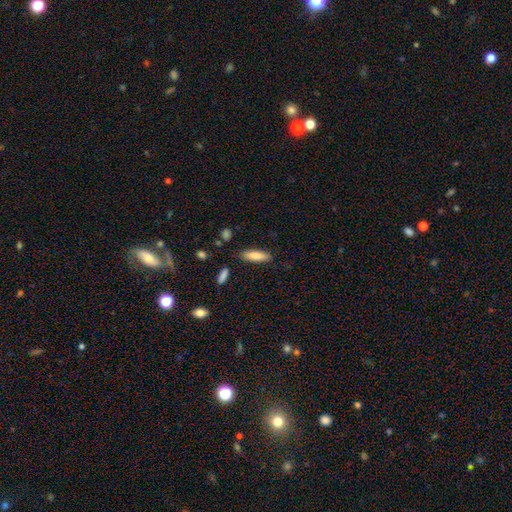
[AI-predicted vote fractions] This is clearly a smooth galaxy (83%). How rounded: possibly cigar-shaped (58%). Merging: clearly none (84%).